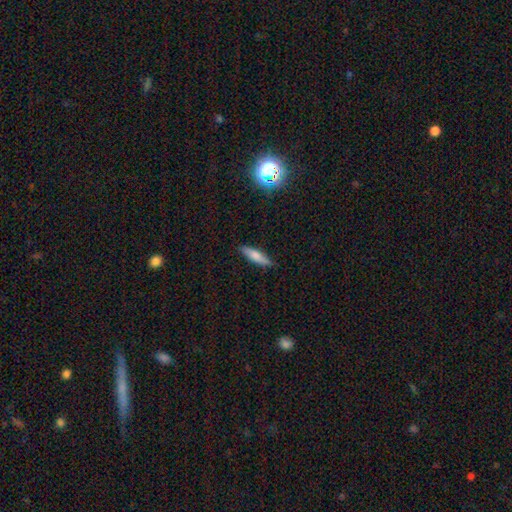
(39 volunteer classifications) A smooth galaxy with no disk features (72%) that is cigar-shaped (75%).

Vote fractions:
- Smooth or featured? smooth: 72% / featured or disk: 21% / star or artifact: 8%
- How rounded? cigar-shaped: 75% / in between: 25% / round: 0%
- Merging? none: 86% / minor disturbance: 8% / major disturbance: 6% / merger: 0%